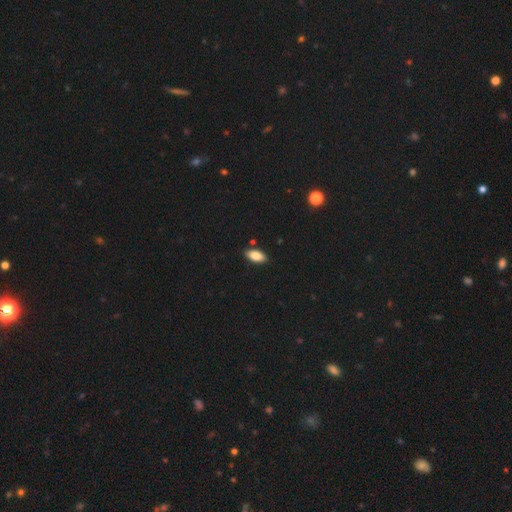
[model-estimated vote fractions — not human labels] This appears to be a smooth galaxy with no disk features (86%) that is in between round and cigar-shaped (89%). Merging: none (86%).